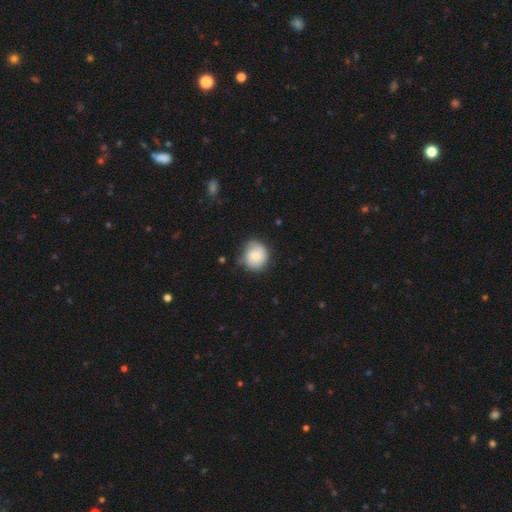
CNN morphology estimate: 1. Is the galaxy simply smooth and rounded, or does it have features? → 76% smooth, 16% featured or disk, 7% star or artifact.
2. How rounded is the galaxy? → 81% round, 18% in between, 1% cigar-shaped.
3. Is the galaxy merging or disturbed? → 66% none, 26% minor disturbance, 6% major disturbance, 2% merger.